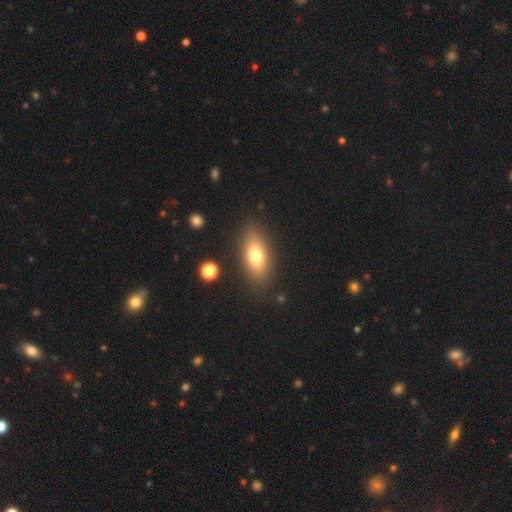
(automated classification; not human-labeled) Overall: smooth (75%). How rounded: in between (84%). Merging: none (85%).